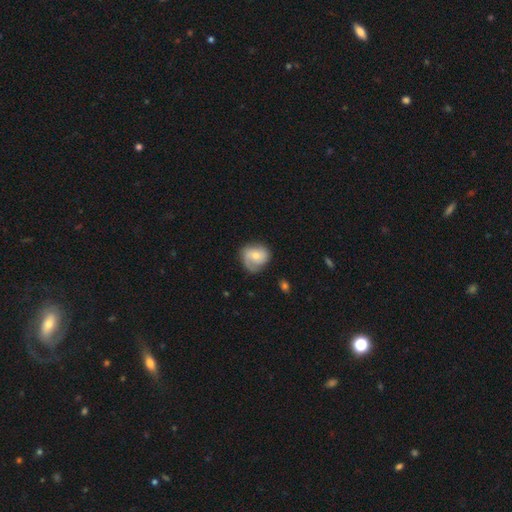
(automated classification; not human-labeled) Smooth or featured?
  - featured or disk: 49% *
  - smooth: 44%
  - star or artifact: 7%
Merging?
  - none: 60% *
  - minor disturbance: 27%
  - major disturbance: 11%
  - merger: 2%